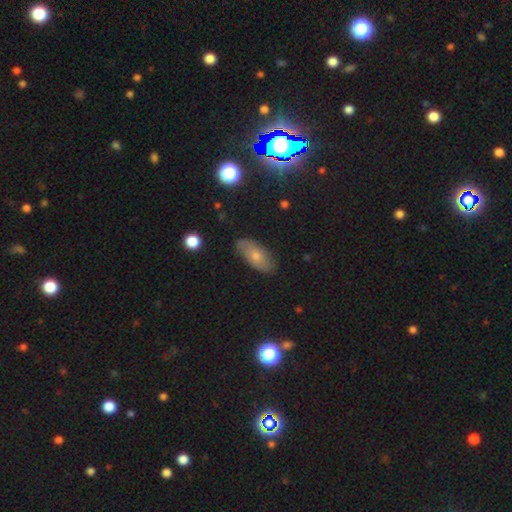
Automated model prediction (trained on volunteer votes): Overall: smooth (63%; featured or disk 28%). How rounded: in between (88%). Merging: none (79%).